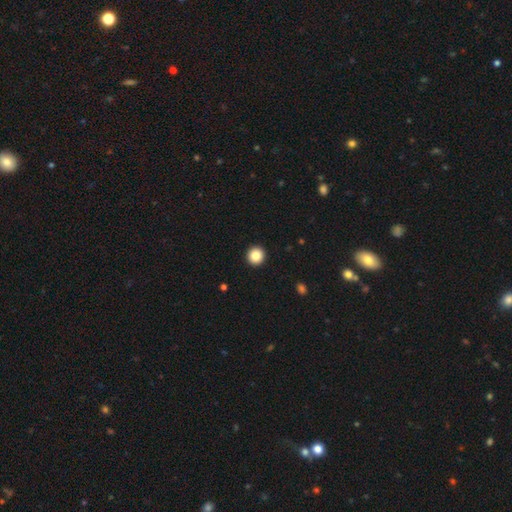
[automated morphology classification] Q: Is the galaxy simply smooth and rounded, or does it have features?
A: smooth — 86%.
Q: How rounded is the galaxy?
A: round — 95%.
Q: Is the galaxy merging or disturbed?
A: none — 94%.